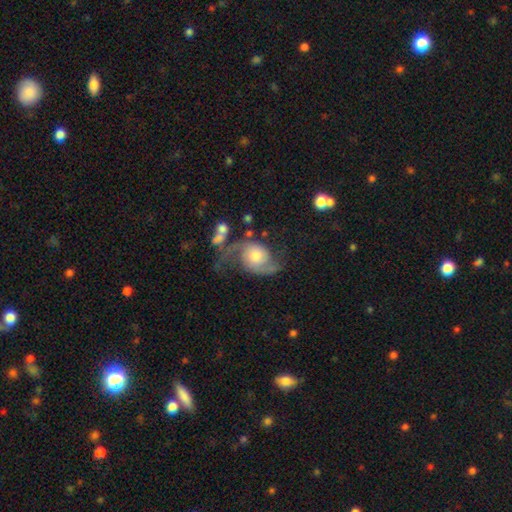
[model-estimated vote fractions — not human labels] Q: Smooth or featured?
A: featured or disk (81%); runner-up: smooth (12%)
Q: Edge-on disk?
A: no (97%); runner-up: yes (3%)
Q: Bar?
A: no (73%); runner-up: weak (23%)
Q: Spiral arms?
A: yes (95%); runner-up: no (5%)
Q: Spiral winding?
A: loose (55%); runner-up: medium (36%)
Q: Spiral arm count?
A: 2 (91%); runner-up: 1 (3%)
Q: Bulge size?
A: moderate (46%); runner-up: large (22%)
Q: Merging?
A: none (54%); runner-up: minor disturbance (20%)